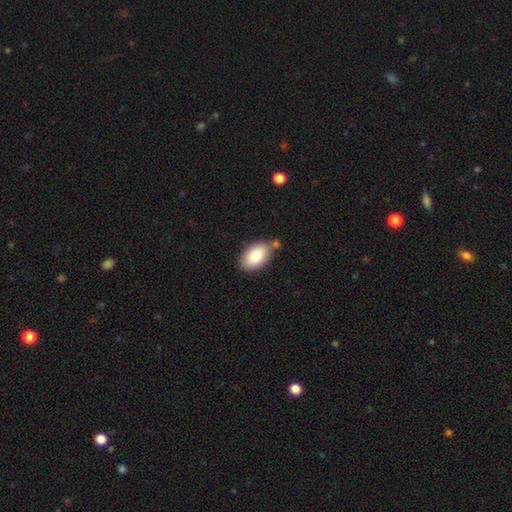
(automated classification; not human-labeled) Smooth or featured? smooth (80%)
How rounded? in between (91%)
Merging? none (75%)